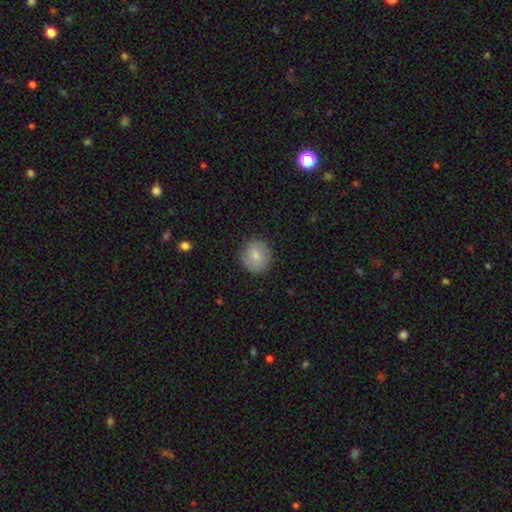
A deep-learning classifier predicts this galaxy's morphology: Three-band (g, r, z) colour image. It shows a smooth galaxy with no disk features (79%) that is round (90%). Merging: none (87%).